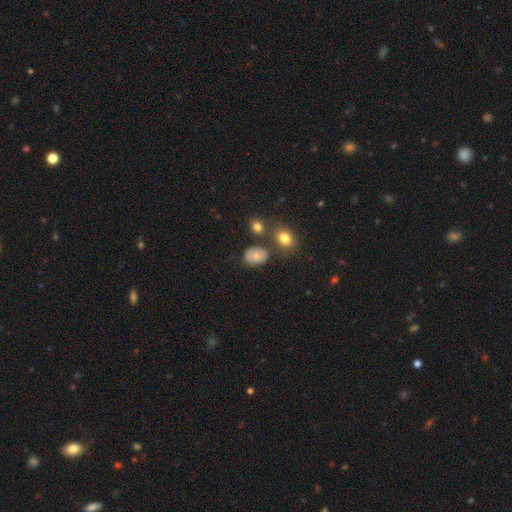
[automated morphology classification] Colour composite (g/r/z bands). It shows a smooth galaxy with no disk features (75%) that is in between round and cigar-shaped (76%). Merging: none (63%).